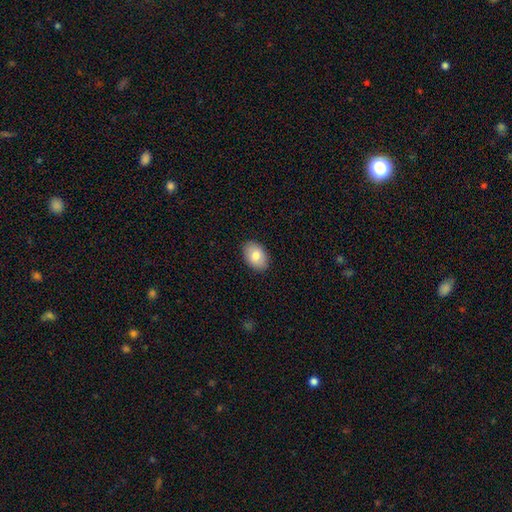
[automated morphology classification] The model was most divided on "smooth or featured": smooth: 80%, featured or disk: 13%, star or artifact: 7%. More confident: merging — none (89%); how rounded — in between (87%).